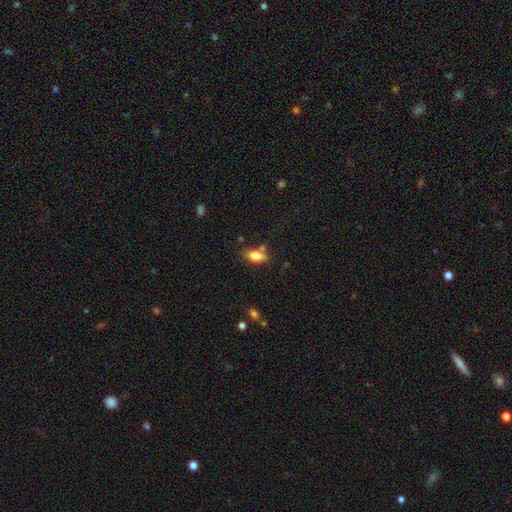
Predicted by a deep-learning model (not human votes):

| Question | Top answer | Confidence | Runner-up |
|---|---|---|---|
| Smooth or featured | smooth | 79% | featured or disk (13%) |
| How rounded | in between | 82% | cigar-shaped (14%) |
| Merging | none | 63% | minor disturbance (19%) |